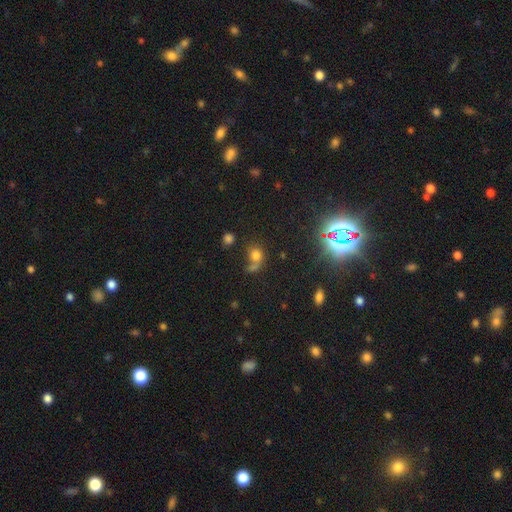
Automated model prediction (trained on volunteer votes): Smooth or featured? smooth (69%)
How rounded? round (67%)
Merging? none (40%)